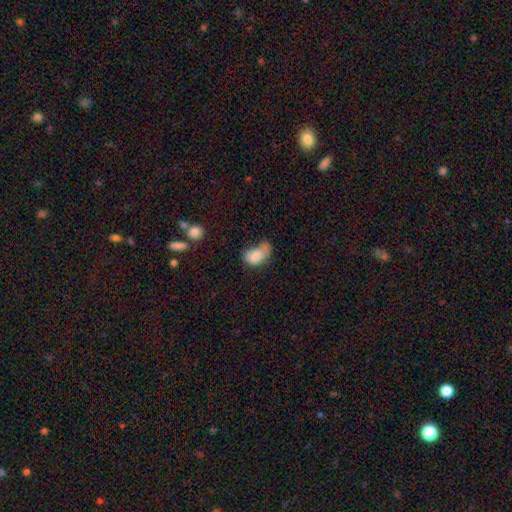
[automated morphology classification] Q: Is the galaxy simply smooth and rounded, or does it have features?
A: smooth — 80%.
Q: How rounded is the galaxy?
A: in between — 88%.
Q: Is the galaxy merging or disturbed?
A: minor disturbance — 33%.